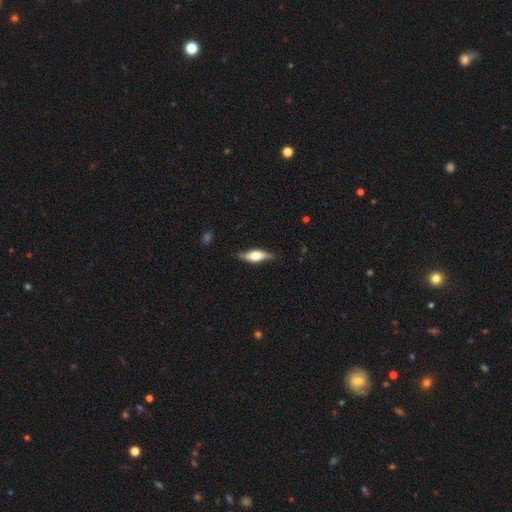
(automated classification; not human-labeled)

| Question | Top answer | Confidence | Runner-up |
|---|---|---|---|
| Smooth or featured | featured or disk | 52% | smooth (42%) |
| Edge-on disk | yes | 82% | no (18%) |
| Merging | none | 77% | minor disturbance (18%) |